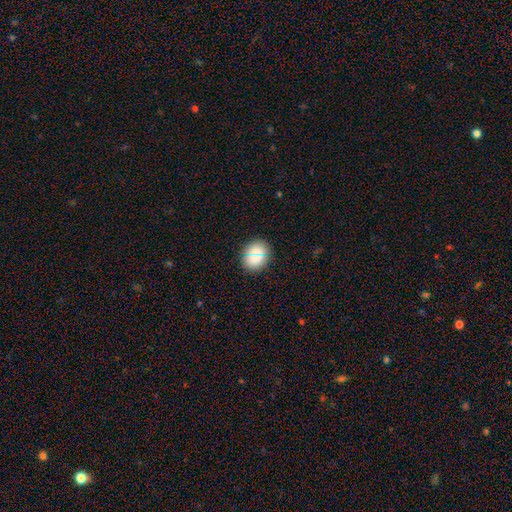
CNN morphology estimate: smooth-or-featured: smooth: 81% | star or artifact: 10% | featured or disk: 9%
  how-rounded: round: 62% | in between: 37% | cigar-shaped: 1%
  merging: none: 83% | minor disturbance: 11% | merger: 3% | major disturbance: 3%